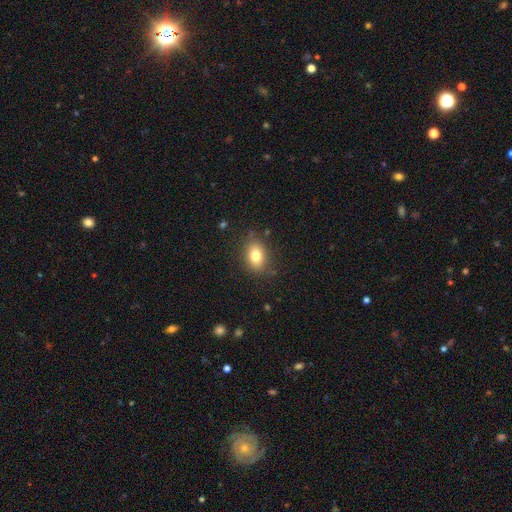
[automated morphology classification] The model was most divided on "how rounded": in between: 71%, round: 27%, cigar-shaped: 2%. More confident: merging — none (82%); smooth or featured — smooth (78%).